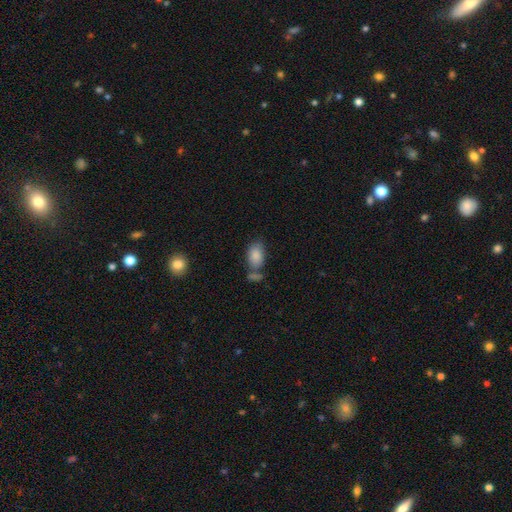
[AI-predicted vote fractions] Q: Smooth or featured?
A: smooth (85%); runner-up: featured or disk (7%)
Q: How rounded?
A: in between (91%); runner-up: round (8%)
Q: Merging?
A: none (56%); runner-up: merger (22%)